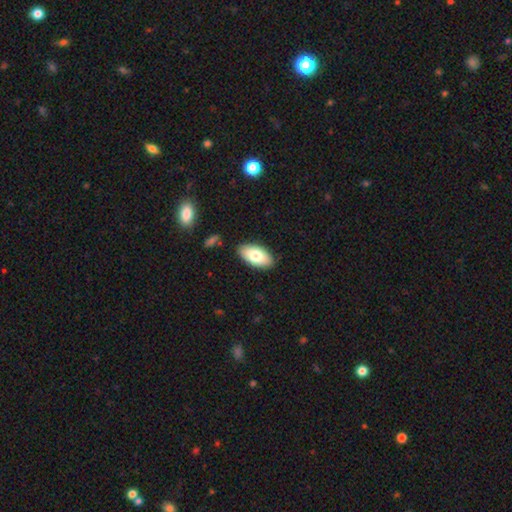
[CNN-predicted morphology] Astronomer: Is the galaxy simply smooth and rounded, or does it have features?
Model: smooth — 77%.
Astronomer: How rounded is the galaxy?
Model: in between — 94%.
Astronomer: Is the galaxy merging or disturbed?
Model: none — 87%.